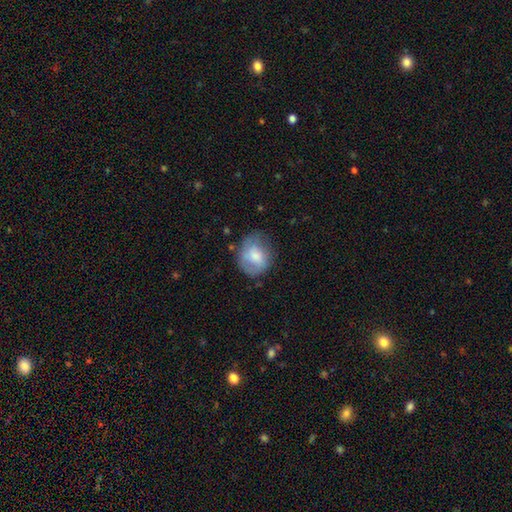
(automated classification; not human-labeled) smooth_or_featured: smooth (p=0.63) [alt: featured or disk p=0.30]
how_rounded: round (p=0.59) [alt: in between p=0.40]
merging: none (p=0.60) [alt: minor disturbance p=0.27]